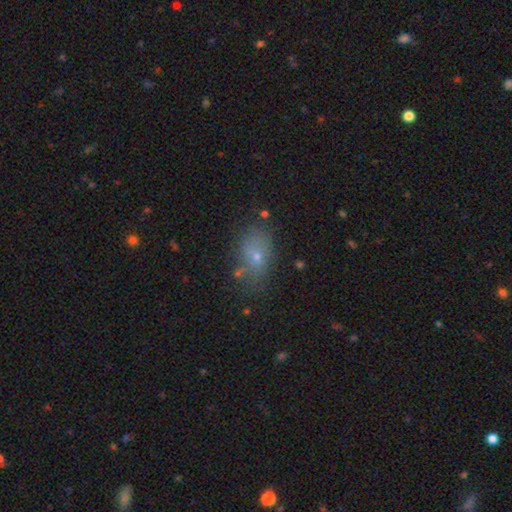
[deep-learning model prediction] smooth_or_featured: smooth (p=0.61) [alt: featured or disk p=0.22]
how_rounded: in between (p=0.80) [alt: round p=0.17]
merging: none (p=0.62) [alt: minor disturbance p=0.22]